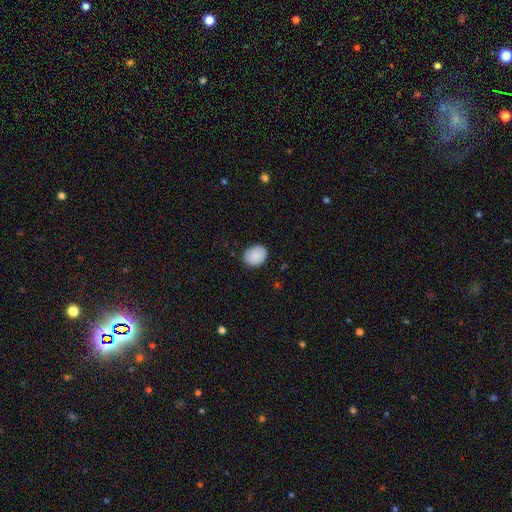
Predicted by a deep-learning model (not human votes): smooth 89%, star or artifact 7%, featured or disk 4%. Down the decision tree: how rounded — round (51%); merging — none (85%).